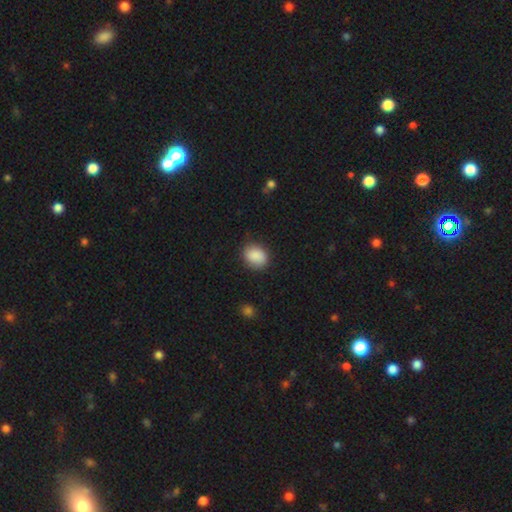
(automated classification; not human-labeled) Smooth or featured?
  - smooth: 89% *
  - star or artifact: 7%
  - featured or disk: 4%
How rounded?
  - in between: 53% *
  - round: 46%
  - cigar-shaped: 1%
Merging?
  - none: 84% *
  - minor disturbance: 12%
  - major disturbance: 3%
  - merger: 1%